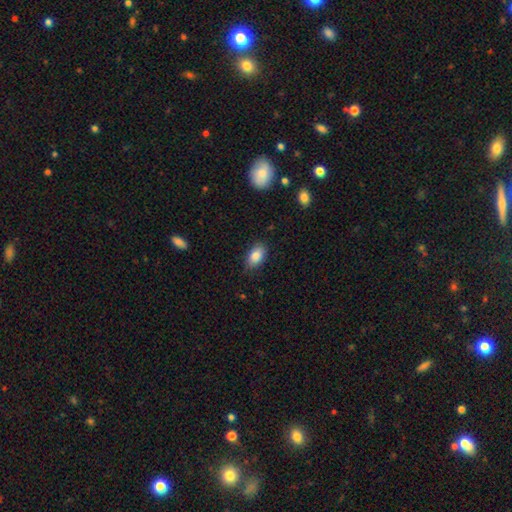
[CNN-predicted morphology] Q: Smooth or featured?
A: smooth (85%); runner-up: star or artifact (8%)
Q: How rounded?
A: in between (91%); runner-up: round (8%)
Q: Merging?
A: none (82%); runner-up: minor disturbance (14%)